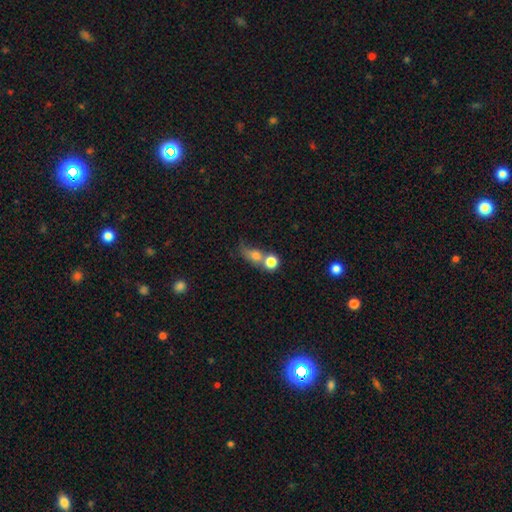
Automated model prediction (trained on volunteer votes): The model was most divided on "merging": merger: 46%, none: 31%, minor disturbance: 12%, major disturbance: 12%. More confident: smooth or featured — smooth (70%); how rounded — round (58%).